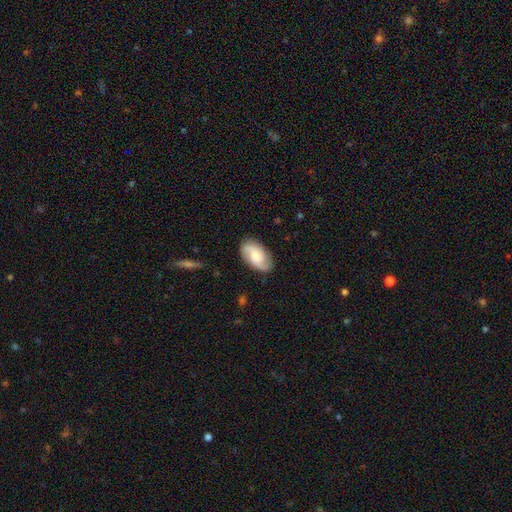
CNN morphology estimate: Overall: featured or disk (58%; smooth 35%). Edge-on disk: no (96%). Bar: no (61%; weak 33%). Spiral arms: yes (94%). Spiral arm count: 2 (74%). Spiral winding: medium (43%; loose 35%). Bulge size: moderate (39%; small 31%). Merging: none (82%).